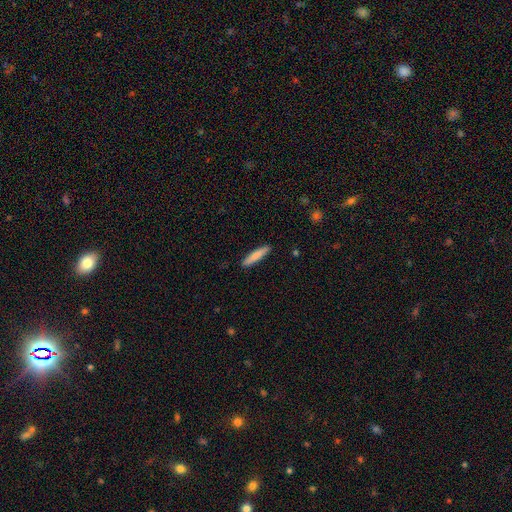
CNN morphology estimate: This appears to be a smooth galaxy with no disk features (80%) that is cigar-shaped (91%). Merging: none (91%).